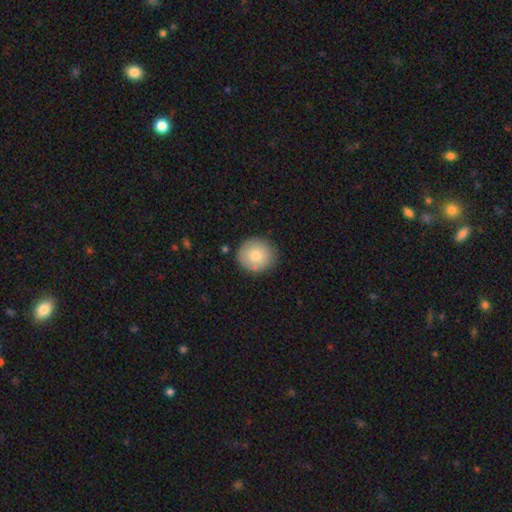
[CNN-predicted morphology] A smooth galaxy with no disk features (79%) that is round (89%). Merging: none (84%).